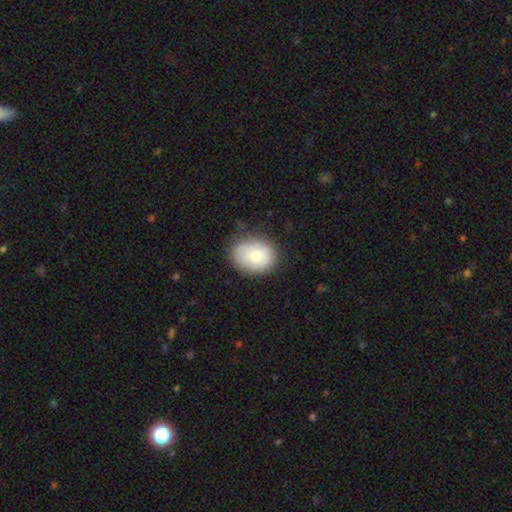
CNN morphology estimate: This is likely a smooth galaxy (78%). How rounded: possibly in between (56%). Merging: likely none (72%).